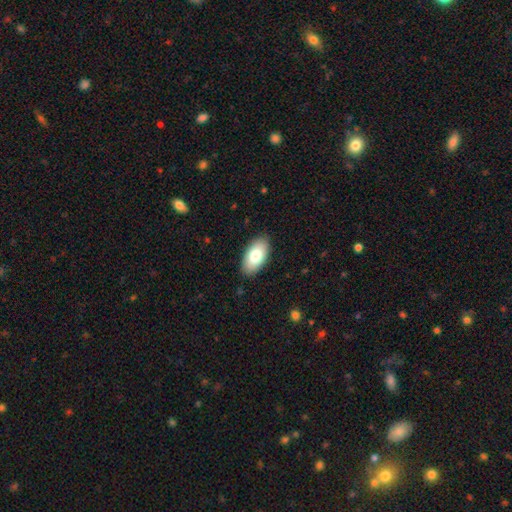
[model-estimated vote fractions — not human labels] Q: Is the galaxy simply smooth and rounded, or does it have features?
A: smooth — 79%.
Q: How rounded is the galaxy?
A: in between — 95%.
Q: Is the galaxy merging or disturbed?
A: none — 88%.